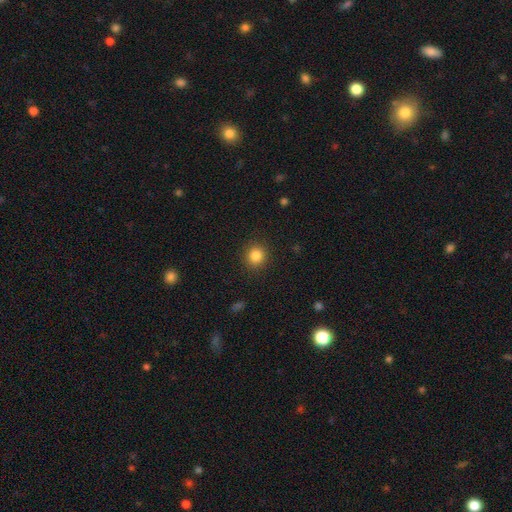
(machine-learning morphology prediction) Overall: smooth (84%). How rounded: round (89%). Merging: none (90%).